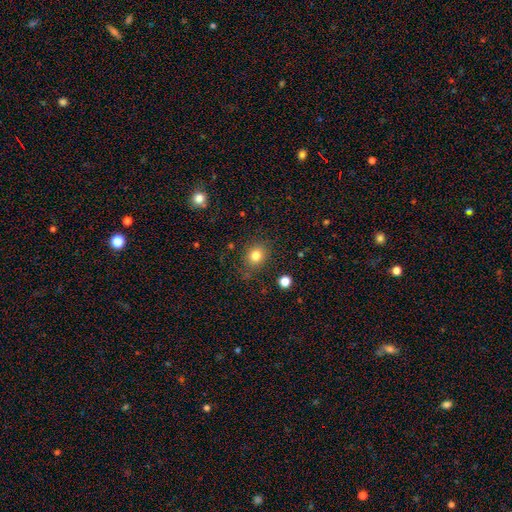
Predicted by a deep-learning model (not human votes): Smooth or featured: smooth — 81% (star or artifact — 12%)
How rounded: round — 68% (in between — 31%)
Merging: none — 82% (minor disturbance — 12%)